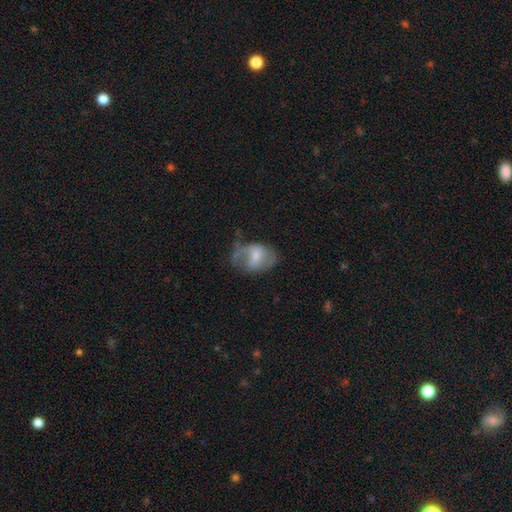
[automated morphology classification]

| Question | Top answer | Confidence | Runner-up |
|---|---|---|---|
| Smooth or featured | smooth | 47% | featured or disk (46%) |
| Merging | none | 40% | minor disturbance (32%) |